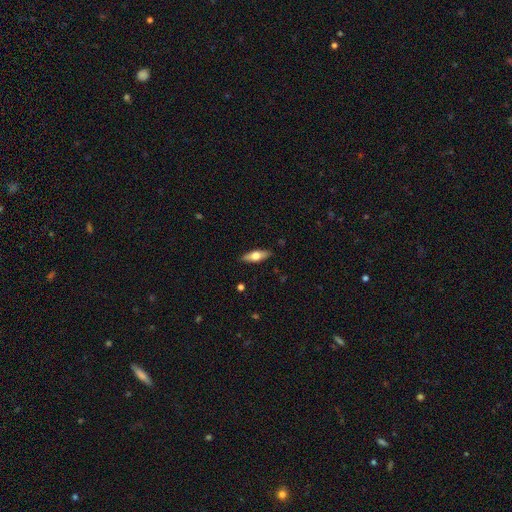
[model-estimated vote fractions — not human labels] Smooth or featured: smooth — 54% (featured or disk — 40%)
How rounded: in between — 60% (cigar-shaped — 38%)
Merging: none — 88% (minor disturbance — 9%)